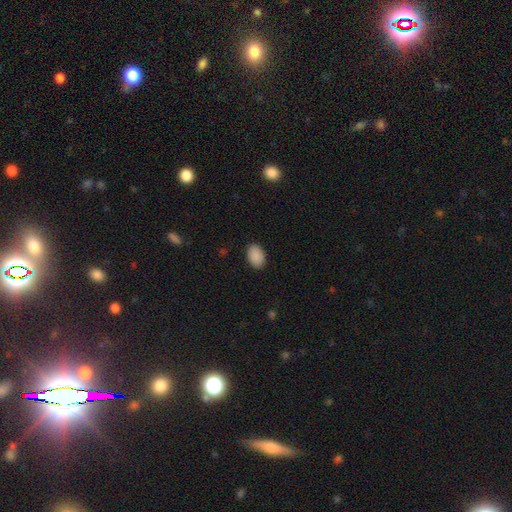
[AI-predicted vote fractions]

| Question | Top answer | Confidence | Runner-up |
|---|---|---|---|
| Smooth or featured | smooth | 90% | star or artifact (7%) |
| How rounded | in between | 89% | round (10%) |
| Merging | none | 89% | minor disturbance (8%) |